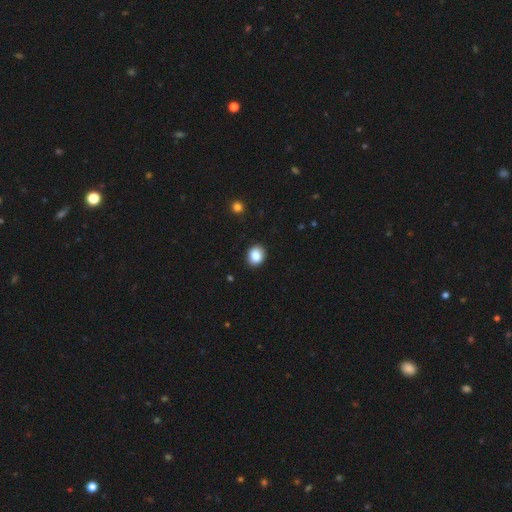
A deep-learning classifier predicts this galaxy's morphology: The model was most divided on "how rounded": round: 62%, in between: 37%, cigar-shaped: 1%. More confident: merging — none (90%); smooth or featured — smooth (87%).